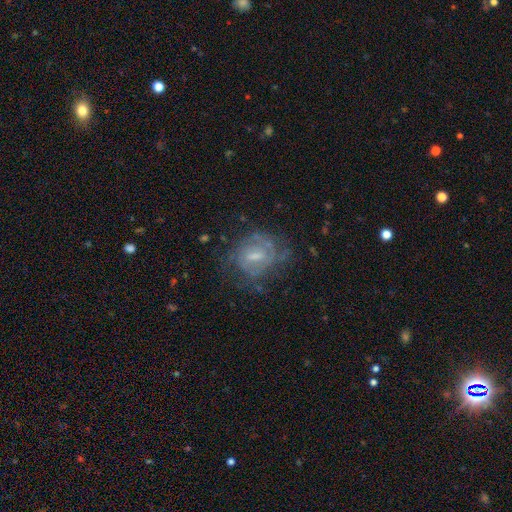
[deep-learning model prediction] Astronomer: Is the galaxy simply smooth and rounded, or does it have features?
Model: featured or disk — 70%.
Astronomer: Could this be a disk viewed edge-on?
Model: no — 97%.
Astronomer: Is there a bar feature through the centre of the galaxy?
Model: weak — 56%.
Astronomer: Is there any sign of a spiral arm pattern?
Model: yes — 78%.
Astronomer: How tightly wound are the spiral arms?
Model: tight — 48% (runner-up: medium, 39%).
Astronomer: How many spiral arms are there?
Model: can't tell — 45% (runner-up: 2, 30%).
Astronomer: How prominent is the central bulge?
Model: small — 43% (runner-up: moderate, 38%).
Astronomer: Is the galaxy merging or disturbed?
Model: none — 58%.